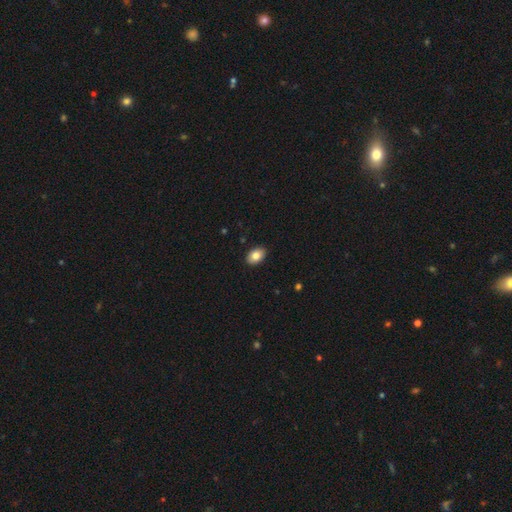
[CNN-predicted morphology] This appears to be a smooth galaxy with no disk features (83%) that is in between round and cigar-shaped (88%). Merging: none (90%).